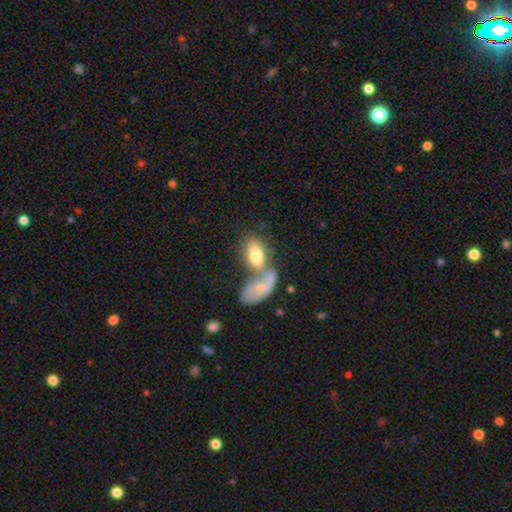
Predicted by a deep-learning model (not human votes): Smooth or featured: smooth — 72% (featured or disk — 21%)
How rounded: in between — 90% (cigar-shaped — 5%)
Merging: merger — 57% (none — 26%)